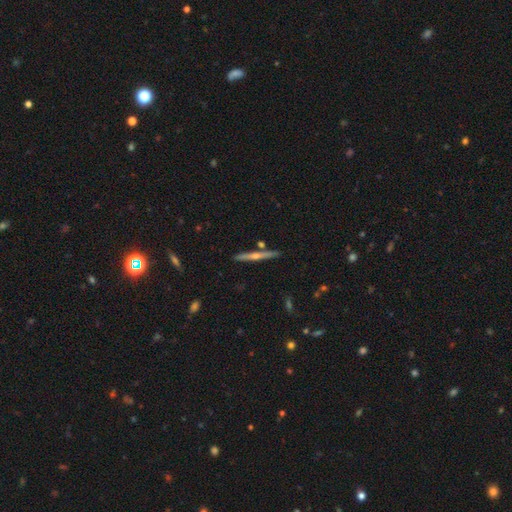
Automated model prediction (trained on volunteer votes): A featured or disk galaxy (71%) viewed edge-on (98%) with a rounded central bulge (79%). Merging: none (88%).